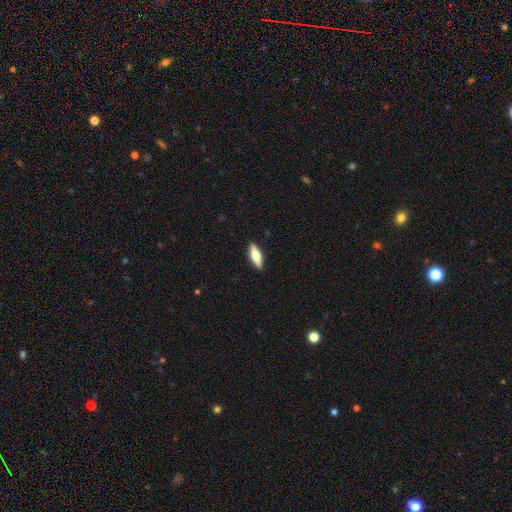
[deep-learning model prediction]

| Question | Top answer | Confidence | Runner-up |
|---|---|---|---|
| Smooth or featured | smooth | 51% | featured or disk (43%) |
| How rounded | cigar-shaped | 53% | in between (44%) |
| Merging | none | 90% | minor disturbance (7%) |